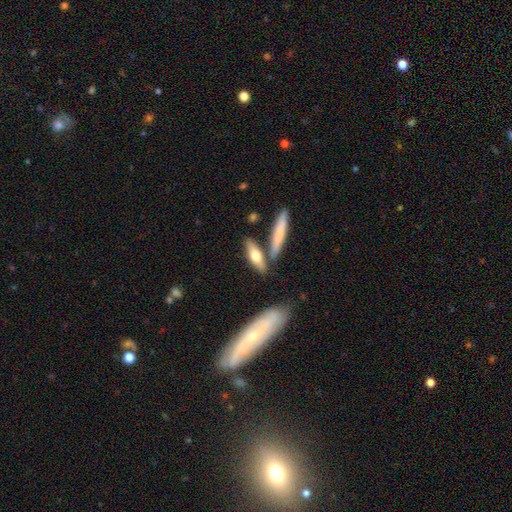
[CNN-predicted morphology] smooth_or_featured: smooth (p=0.63) [alt: featured or disk p=0.32]
how_rounded: cigar-shaped (p=0.56) [alt: in between p=0.41]
merging: none (p=0.68) [alt: merger p=0.15]